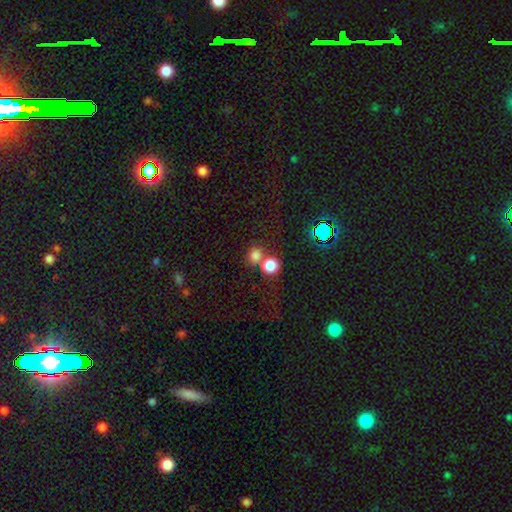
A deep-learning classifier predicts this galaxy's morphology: Overall: smooth (78%). How rounded: round (76%). Merging: none (49%; merger 40%).